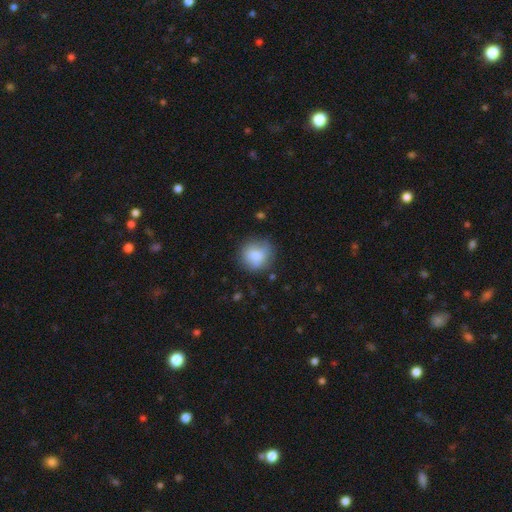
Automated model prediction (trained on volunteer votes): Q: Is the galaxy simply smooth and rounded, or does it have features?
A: smooth — 78%.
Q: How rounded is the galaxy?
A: round — 85%.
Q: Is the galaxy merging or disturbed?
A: none — 69%.